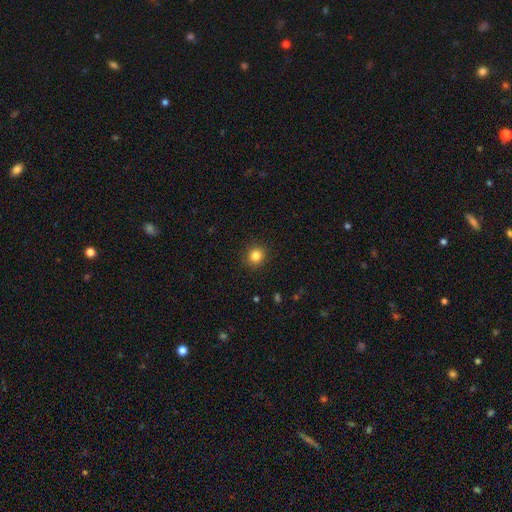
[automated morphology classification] The model was most divided on "how rounded": round: 86%, in between: 13%, cigar-shaped: 1%. More confident: merging — none (91%); smooth or featured — smooth (84%).